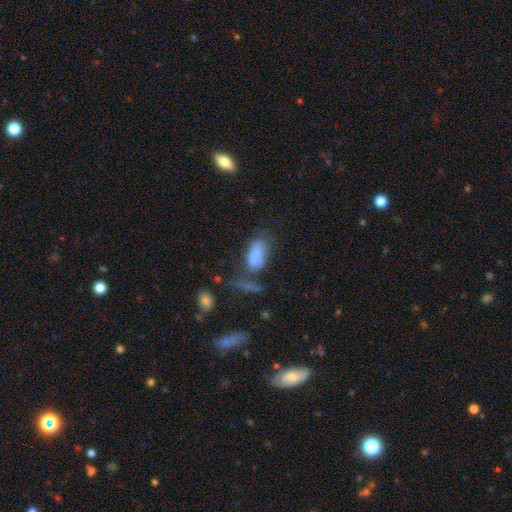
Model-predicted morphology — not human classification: Smooth or featured?
  - smooth: 74% *
  - featured or disk: 15%
  - star or artifact: 12%
How rounded?
  - in between: 91% *
  - round: 6%
  - cigar-shaped: 4%
Merging?
  - none: 34% *
  - minor disturbance: 23%
  - merger: 22%
  - major disturbance: 21%